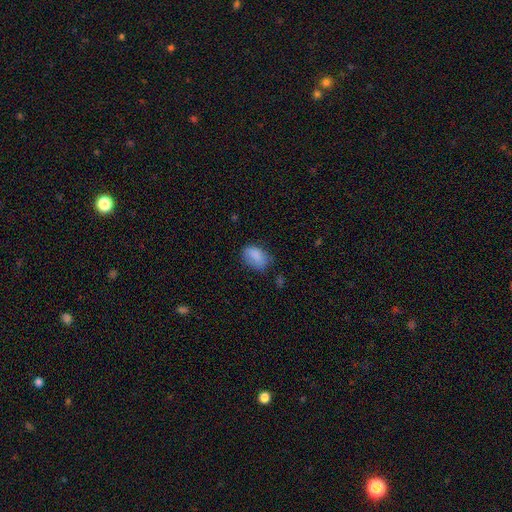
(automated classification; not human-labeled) This appears to be a smooth galaxy with no disk features (84%) that is in between round and cigar-shaped (87%). Merging: none (60%).